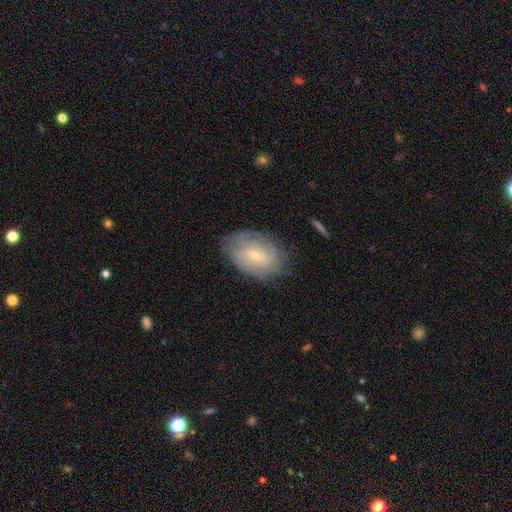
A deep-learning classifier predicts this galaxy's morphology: This appears to be a featured or disk galaxy (70%) with no bar (48%), tight (66%) spiral arms (85%) and a small central bulge (73%). Merging: none (74%).